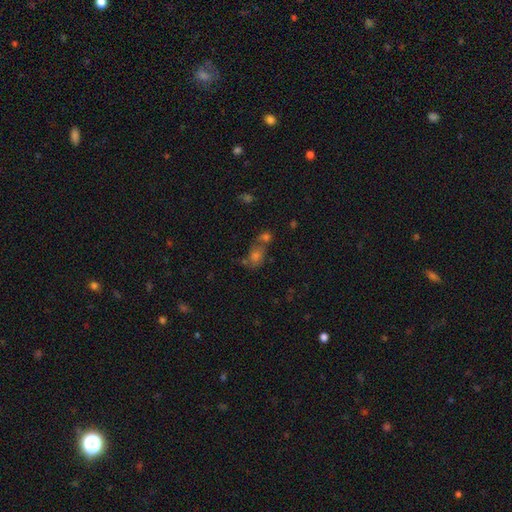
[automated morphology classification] Smooth or featured?
  - smooth: 55% *
  - star or artifact: 28%
  - featured or disk: 17%
How rounded?
  - round: 53% *
  - in between: 44%
  - cigar-shaped: 3%
Merging?
  - merger: 41% * (tied)
  - none: 41% * (tied)
  - minor disturbance: 11%
  - major disturbance: 7%